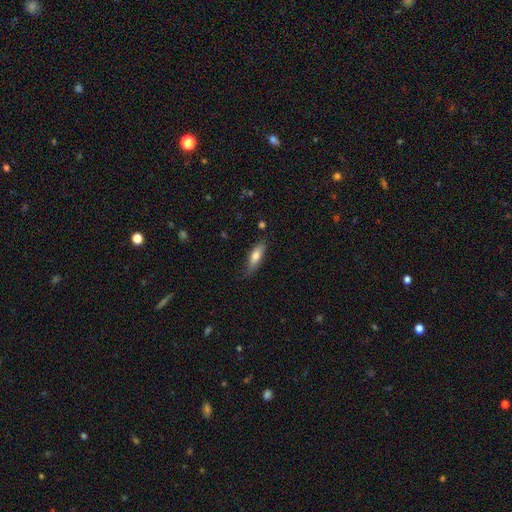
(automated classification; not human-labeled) A smooth galaxy with no disk features (73%) that is in between round and cigar-shaped (51%).

Vote fractions:
- Smooth or featured? smooth: 73% / featured or disk: 21% / star or artifact: 6%
- How rounded? in between: 51% / cigar-shaped: 47% / round: 2%
- Merging? none: 74% / minor disturbance: 21% / major disturbance: 4% / merger: 2%